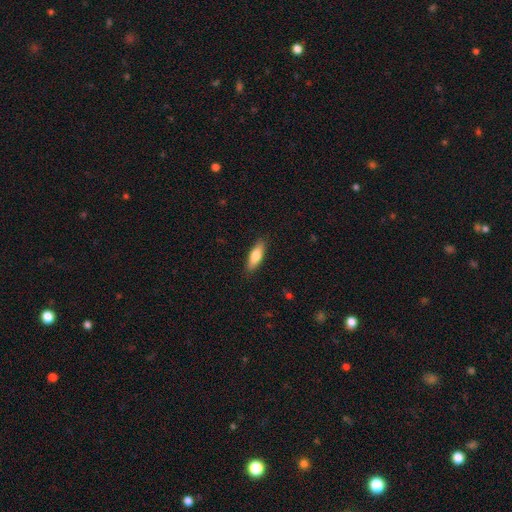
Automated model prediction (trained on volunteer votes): Overall: smooth (73%). How rounded: cigar-shaped (50%; in between 48%). Merging: none (88%).